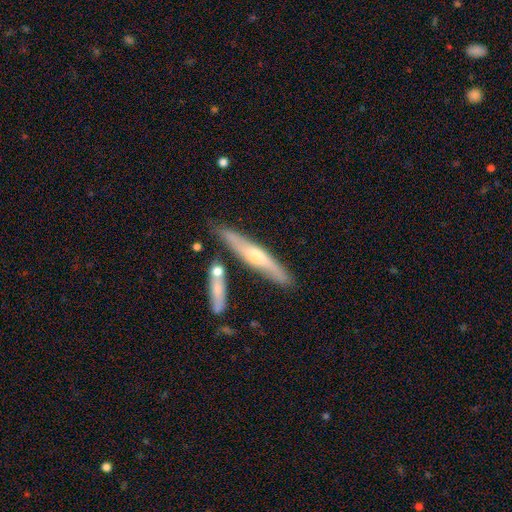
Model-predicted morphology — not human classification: This appears to be a featured or disk galaxy (59%) viewed edge-on (85%) with a rounded central bulge (78%). Merging: none (77%).